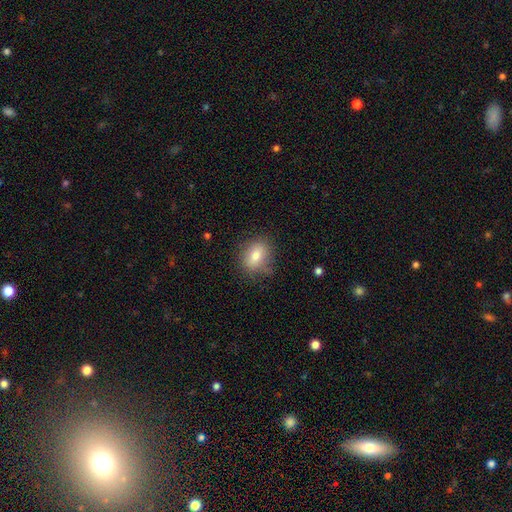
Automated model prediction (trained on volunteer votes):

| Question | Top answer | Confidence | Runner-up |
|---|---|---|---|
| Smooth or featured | smooth | 77% | featured or disk (14%) |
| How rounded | in between | 65% | round (33%) |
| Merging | none | 76% | minor disturbance (18%) |